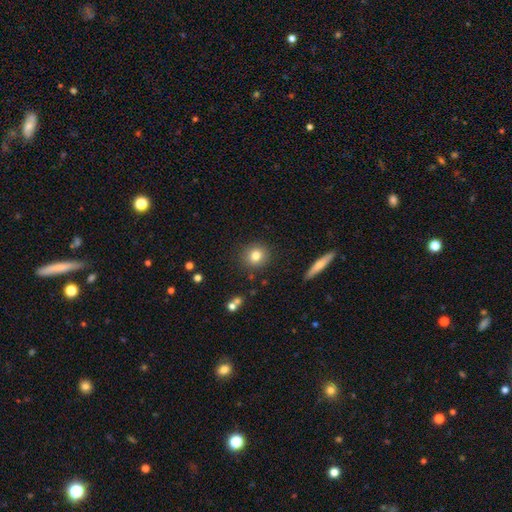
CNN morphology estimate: Smooth or featured? Predicted: smooth (p=0.79). How rounded? Predicted: round (p=0.89). Merging? Predicted: none (p=0.89).